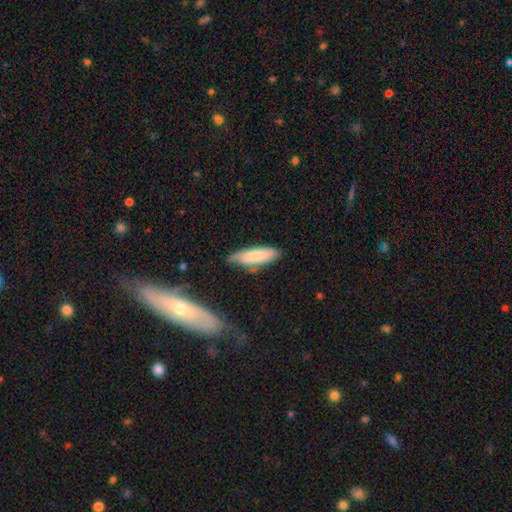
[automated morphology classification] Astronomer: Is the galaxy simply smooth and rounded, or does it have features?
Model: smooth — 75%.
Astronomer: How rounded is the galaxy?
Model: cigar-shaped — 58% (runner-up: in between, 40%).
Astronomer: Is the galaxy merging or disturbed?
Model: none — 66%.